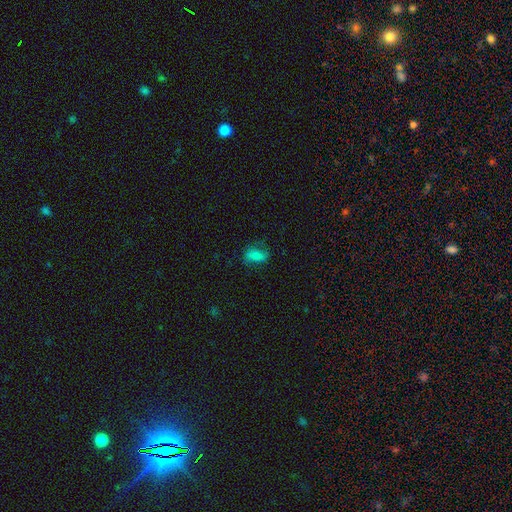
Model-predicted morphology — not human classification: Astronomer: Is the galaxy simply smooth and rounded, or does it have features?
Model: smooth — 69%.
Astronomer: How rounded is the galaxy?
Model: in between — 83%.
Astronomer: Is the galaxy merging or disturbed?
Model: none — 66%.